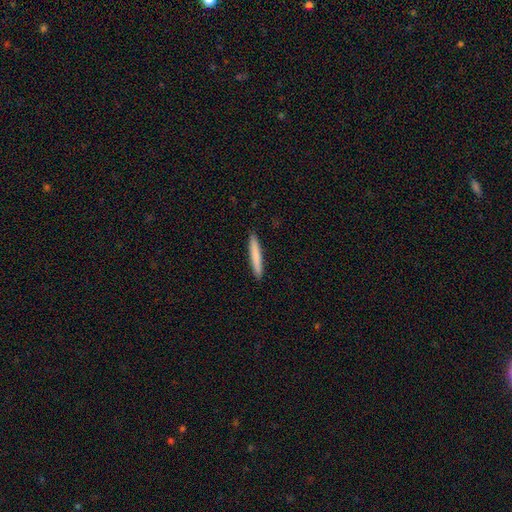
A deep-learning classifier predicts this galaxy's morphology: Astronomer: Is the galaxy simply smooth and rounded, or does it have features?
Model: smooth — 80%.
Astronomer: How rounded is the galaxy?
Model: cigar-shaped — 96%.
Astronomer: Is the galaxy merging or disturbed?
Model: none — 92%.